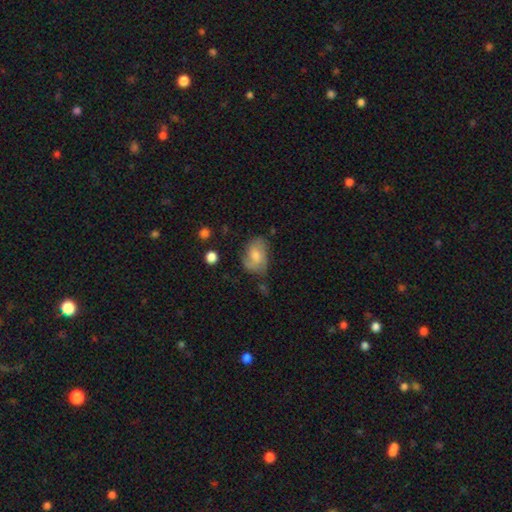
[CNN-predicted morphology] Smooth or featured: smooth — 48% (featured or disk — 42%)
Merging: none — 54% (minor disturbance — 31%)